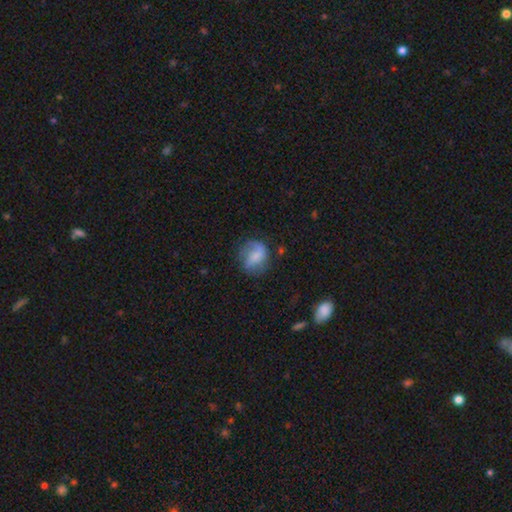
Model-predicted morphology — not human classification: Smooth or featured? Predicted: smooth (p=0.53). How rounded? Predicted: round (p=0.64). Merging? Predicted: none (p=0.54).